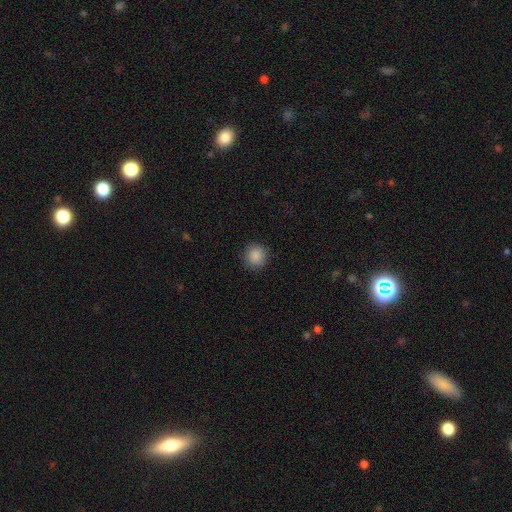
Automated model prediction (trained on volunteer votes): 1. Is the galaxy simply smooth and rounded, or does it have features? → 88% smooth, 9% star or artifact, 3% featured or disk.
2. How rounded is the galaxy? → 92% round, 7% in between, 1% cigar-shaped.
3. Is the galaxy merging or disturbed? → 91% none, 6% minor disturbance, 2% major disturbance, 1% merger.